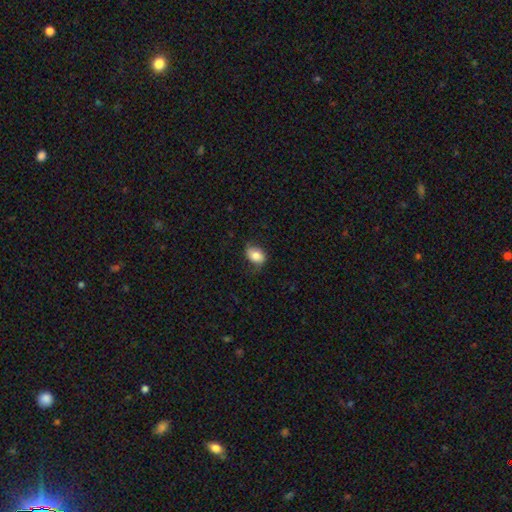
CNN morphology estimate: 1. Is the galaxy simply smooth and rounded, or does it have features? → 81% smooth, 12% featured or disk, 8% star or artifact.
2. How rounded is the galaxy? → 81% in between, 17% round, 1% cigar-shaped.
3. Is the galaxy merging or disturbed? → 63% none, 28% minor disturbance, 8% major disturbance, 1% merger.